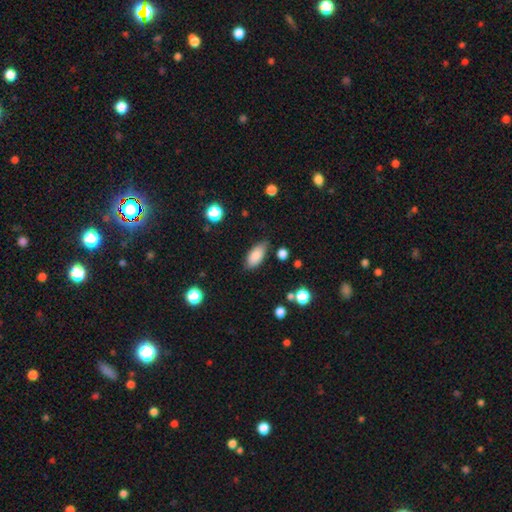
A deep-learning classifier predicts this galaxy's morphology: smooth_or_featured: smooth (p=0.85) [alt: featured or disk p=0.07]
how_rounded: in between (p=0.87) [alt: cigar-shaped p=0.10]
merging: none (p=0.76) [alt: minor disturbance p=0.18]